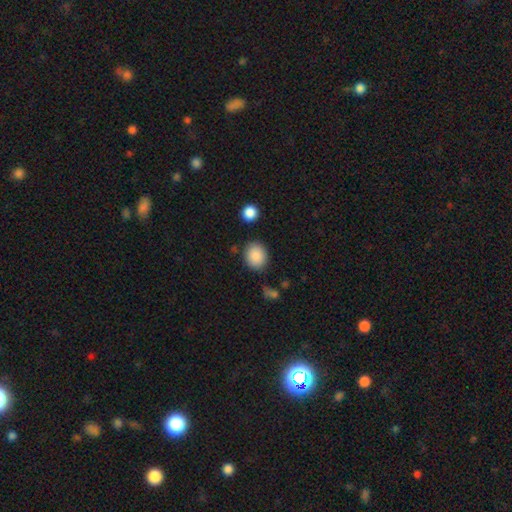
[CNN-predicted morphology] Overall: smooth (88%). How rounded: round (59%; in between 40%). Merging: none (80%).